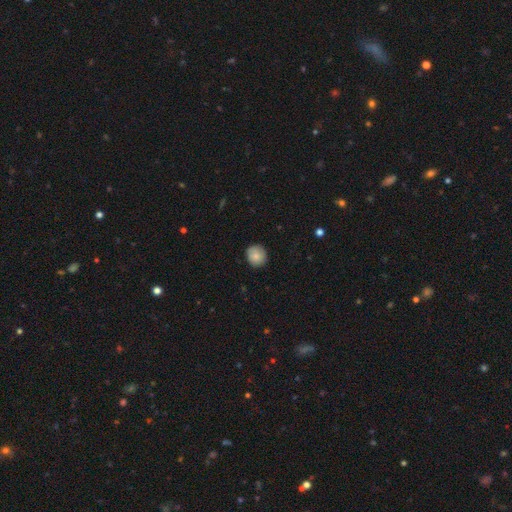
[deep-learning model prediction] This appears to be a smooth galaxy with no disk features (82%) that is round (88%). Merging: none (85%).